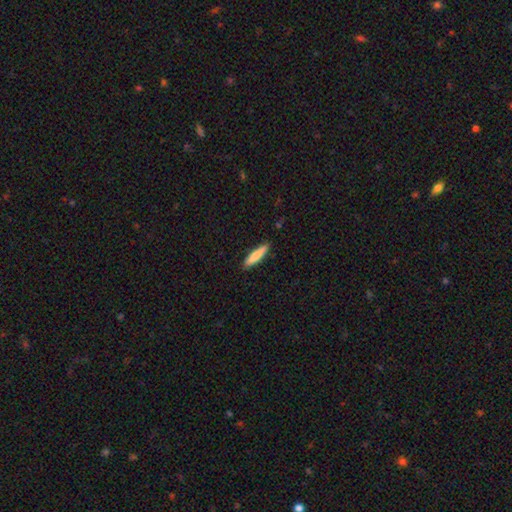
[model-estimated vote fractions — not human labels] This is likely a smooth galaxy (80%). How rounded: clearly cigar-shaped (84%). Merging: clearly none (89%).